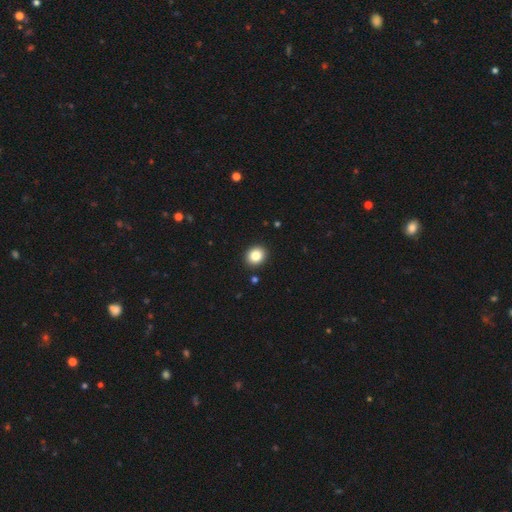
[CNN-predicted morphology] Smooth or featured? Predicted: smooth (p=0.84). How rounded? Predicted: round (p=0.75). Merging? Predicted: none (p=0.92).